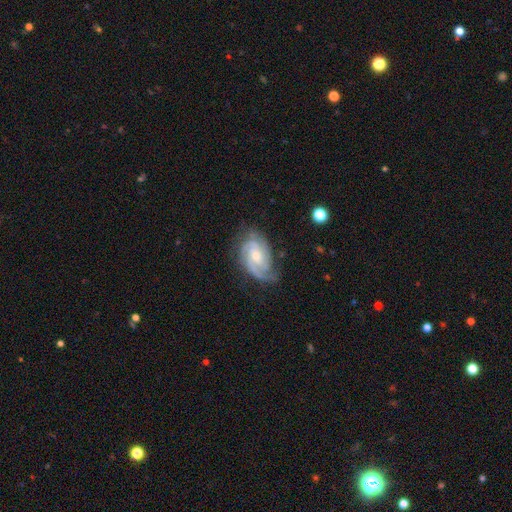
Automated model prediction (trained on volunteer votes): Overall: featured or disk (87%). Edge-on disk: no (97%). Bar: no (55%; weak 37%). Spiral arms: yes (97%). Spiral arm count: 2 (38%; 3 34%). Spiral winding: tight (54%; medium 38%). Bulge size: moderate (47%, tied with small). Merging: none (71%).